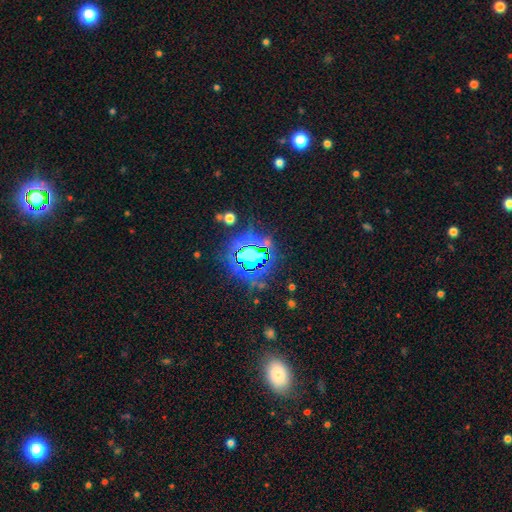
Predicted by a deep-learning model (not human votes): Smooth or featured? star or artifact (71%)